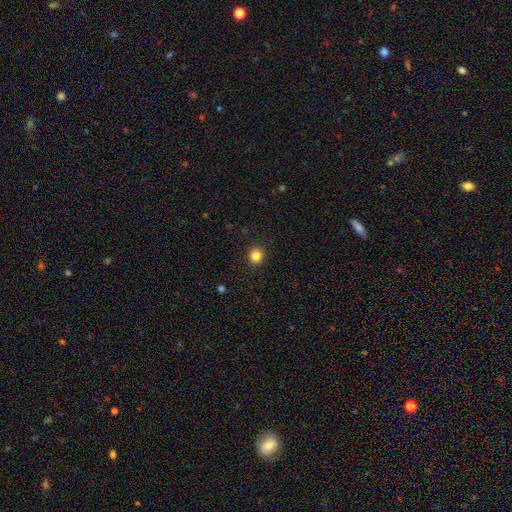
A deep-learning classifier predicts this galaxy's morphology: A smooth galaxy with no disk features (83%) that is round (86%).

Vote fractions:
- Smooth or featured? smooth: 83% / star or artifact: 12% / featured or disk: 5%
- How rounded? round: 86% / in between: 13% / cigar-shaped: 1%
- Merging? none: 92% / minor disturbance: 5% / major disturbance: 2% / merger: 1%